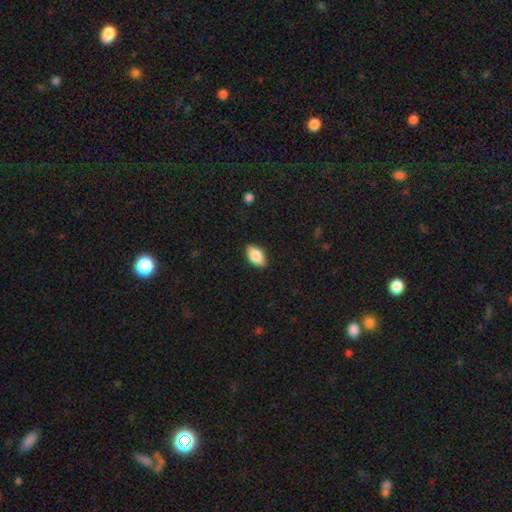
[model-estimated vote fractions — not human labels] A smooth galaxy with no disk features (85%) that is in between round and cigar-shaped (92%).

Vote fractions:
- Smooth or featured? smooth: 85% / featured or disk: 8% / star or artifact: 7%
- How rounded? in between: 92% / round: 5% / cigar-shaped: 3%
- Merging? none: 86% / minor disturbance: 11% / major disturbance: 2% / merger: 1%